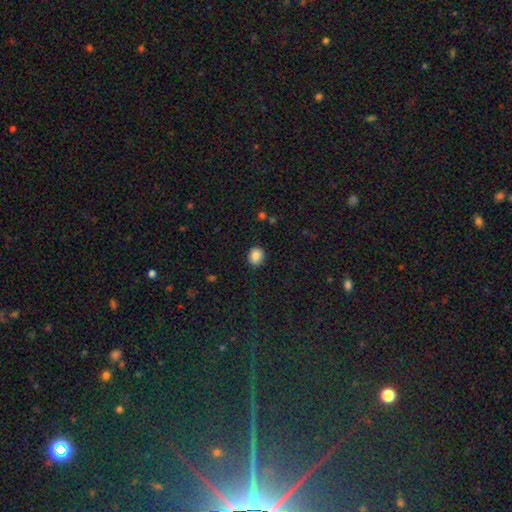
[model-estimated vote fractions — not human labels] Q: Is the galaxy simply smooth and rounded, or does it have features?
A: smooth — 86%.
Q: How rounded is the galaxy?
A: round — 66%.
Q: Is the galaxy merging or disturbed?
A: none — 88%.